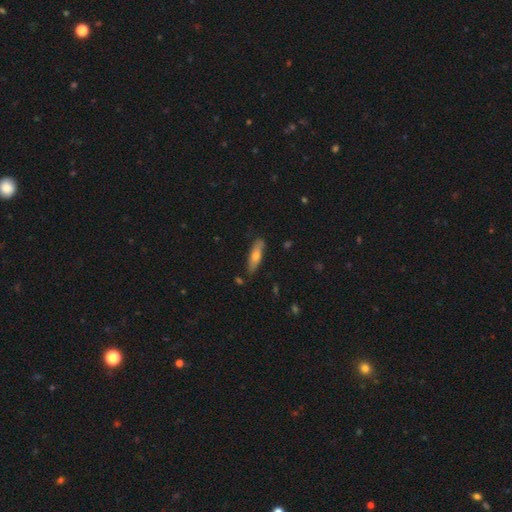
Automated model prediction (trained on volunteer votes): smooth 64%, featured or disk 30%, star or artifact 6%. Down the decision tree: how rounded — cigar-shaped (63%); merging — none (82%).